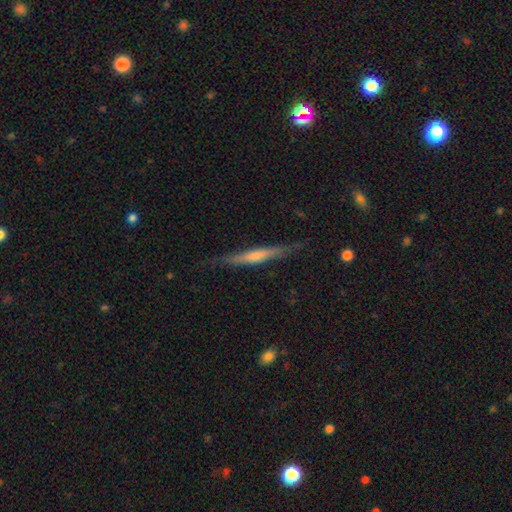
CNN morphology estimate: The model was most divided on "edge-on bulge": rounded: 62%, none: 28%, boxy: 11%. More confident: edge-on disk — yes (97%); merging — none (87%); smooth or featured — featured or disk (70%).